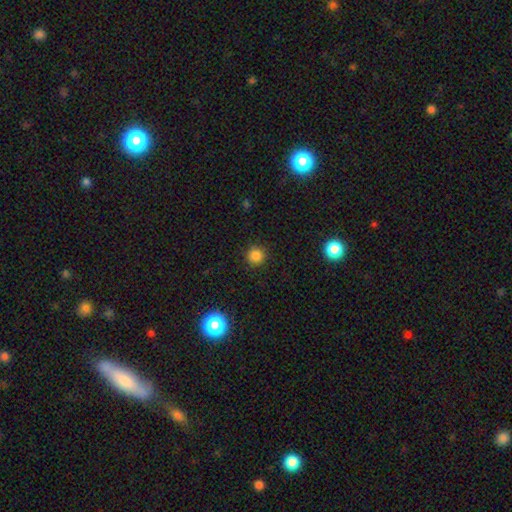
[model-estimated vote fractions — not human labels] A smooth galaxy with no disk features (83%) that is round (95%). Merging: none (91%).